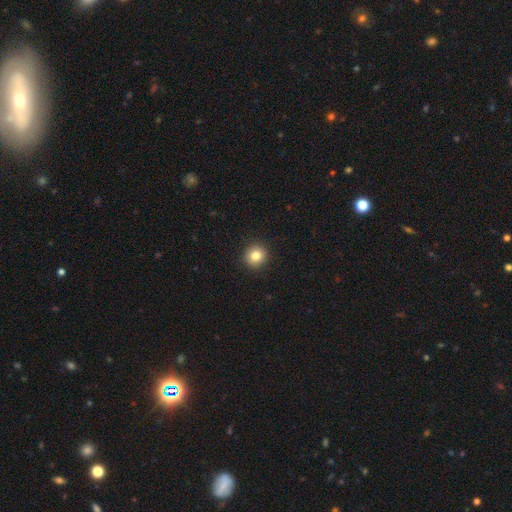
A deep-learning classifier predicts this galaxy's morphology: This is clearly a smooth galaxy (83%). How rounded: clearly round (91%). Merging: clearly none (92%).